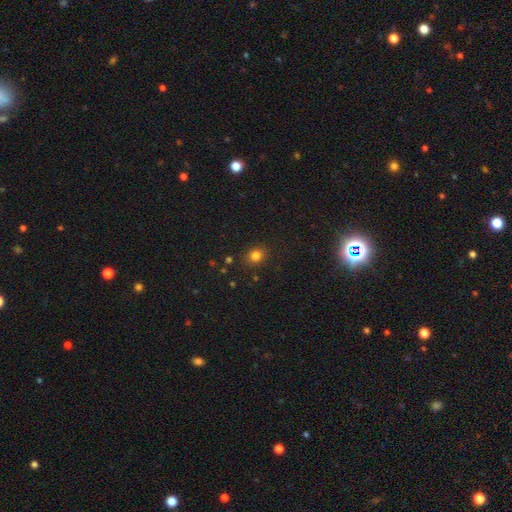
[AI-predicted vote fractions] This is clearly a smooth galaxy (81%). How rounded: likely round (73%). Merging: clearly none (87%).